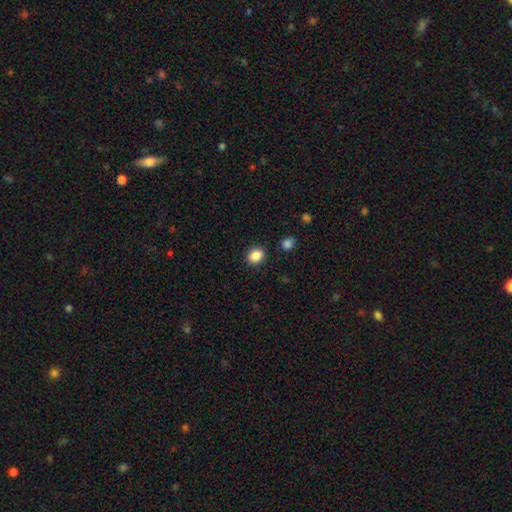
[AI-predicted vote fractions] Smooth or featured?
  - smooth: 86% *
  - star or artifact: 10%
  - featured or disk: 4%
How rounded?
  - round: 54% *
  - in between: 45%
  - cigar-shaped: 1%
Merging?
  - none: 88% *
  - minor disturbance: 8%
  - major disturbance: 2%
  - merger: 2%